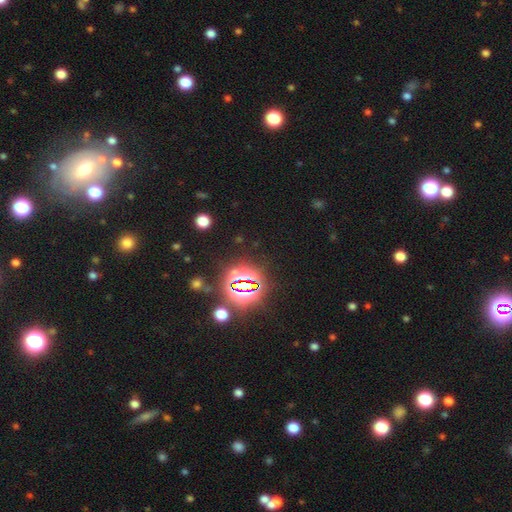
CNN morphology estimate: smooth-or-featured: star or artifact: 82% | smooth: 11% | featured or disk: 7%